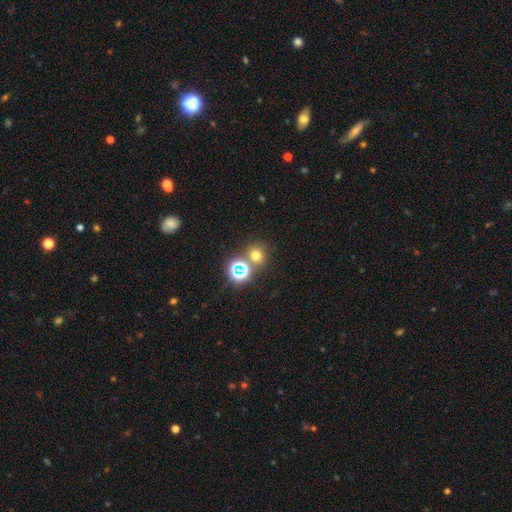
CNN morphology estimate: A smooth galaxy with no disk features (65%) that is round (88%). Merging: none (73%).